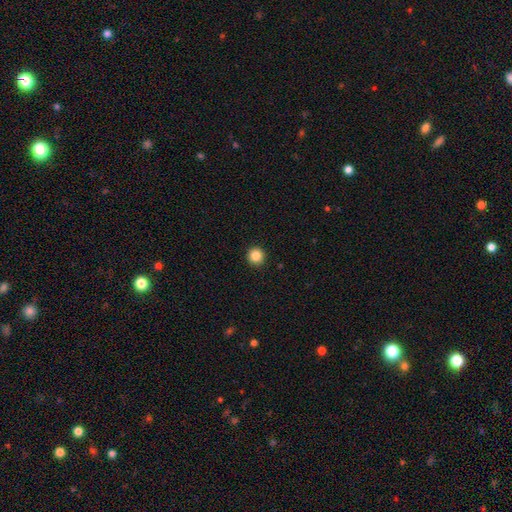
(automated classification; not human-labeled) A smooth galaxy with no disk features (85%) that is round (96%).

Vote fractions:
- Smooth or featured? smooth: 85% / star or artifact: 10% / featured or disk: 5%
- How rounded? round: 96% / in between: 4% / cigar-shaped: 1%
- Merging? none: 94% / minor disturbance: 4% / major disturbance: 1% / merger: 1%